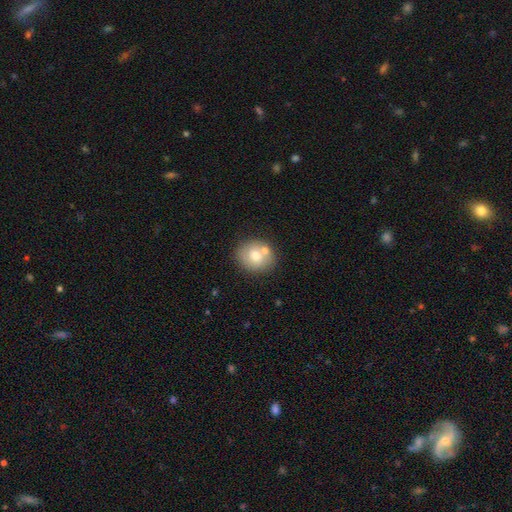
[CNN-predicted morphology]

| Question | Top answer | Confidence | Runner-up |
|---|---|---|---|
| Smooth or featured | smooth | 66% | featured or disk (25%) |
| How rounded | round | 75% | in between (24%) |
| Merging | none | 65% | merger (20%) |